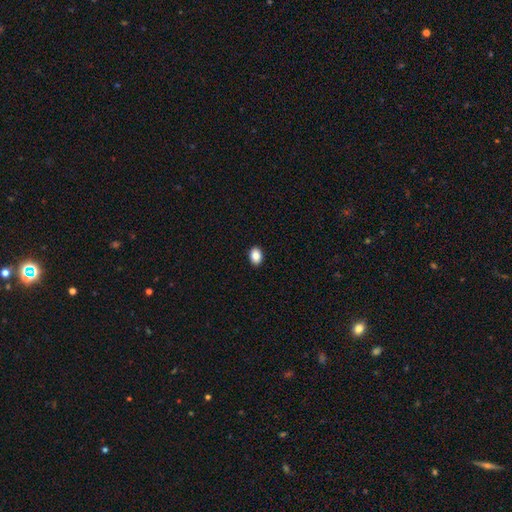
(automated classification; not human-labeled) Smooth or featured? Predicted: smooth (p=0.87). How rounded? Predicted: in between (p=0.76). Merging? Predicted: none (p=0.91).